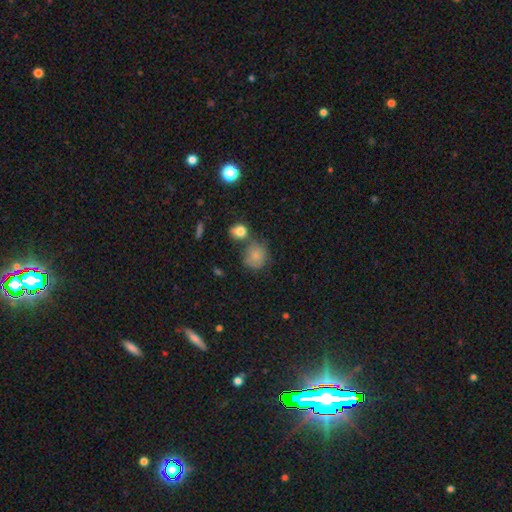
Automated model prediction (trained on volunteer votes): Overall: smooth (80%). How rounded: round (79%). Merging: none (52%; merger 21%).